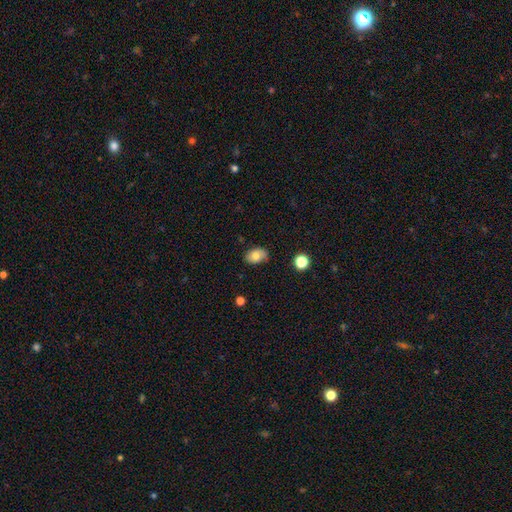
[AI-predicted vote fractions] Smooth or featured? Predicted: smooth (p=0.72). How rounded? Predicted: in between (p=0.81). Merging? Predicted: none (p=0.77).